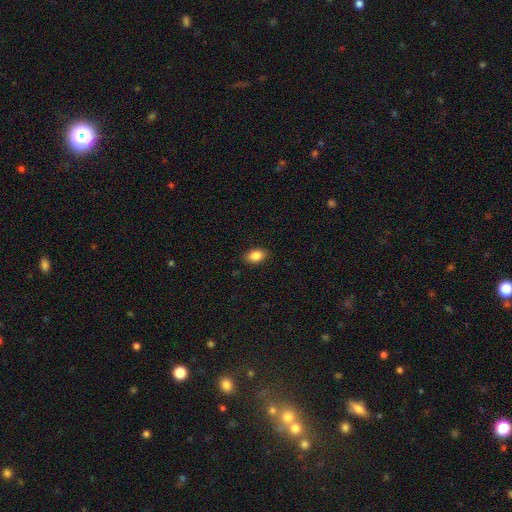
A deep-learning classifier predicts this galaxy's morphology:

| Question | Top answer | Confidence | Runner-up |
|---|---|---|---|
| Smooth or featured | smooth | 87% | star or artifact (8%) |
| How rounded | in between | 83% | round (15%) |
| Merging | none | 87% | minor disturbance (10%) |